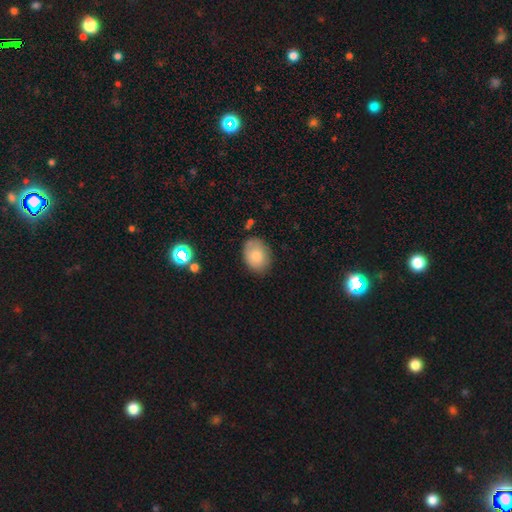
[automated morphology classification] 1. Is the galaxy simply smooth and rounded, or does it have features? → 79% smooth, 13% featured or disk, 8% star or artifact.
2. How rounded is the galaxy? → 70% in between, 29% round, 1% cigar-shaped.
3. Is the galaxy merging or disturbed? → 75% none, 19% minor disturbance, 4% major disturbance, 2% merger.